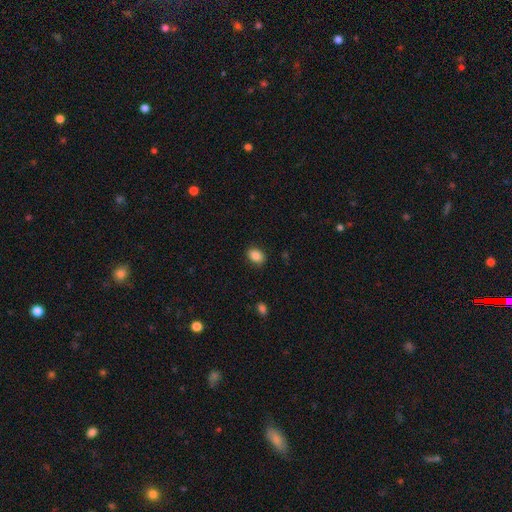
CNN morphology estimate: This appears to be a smooth galaxy with no disk features (87%) that is in between round and cigar-shaped (79%). Merging: none (87%).